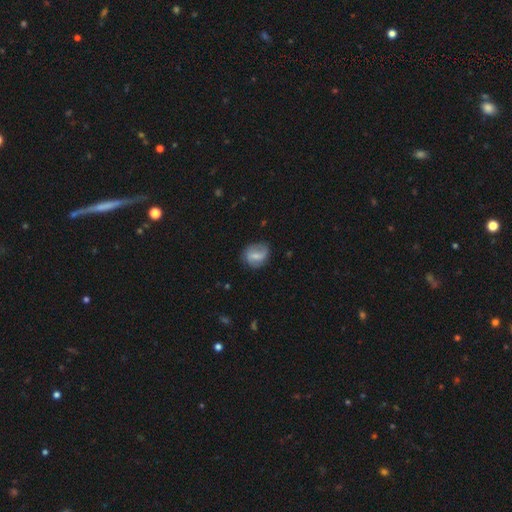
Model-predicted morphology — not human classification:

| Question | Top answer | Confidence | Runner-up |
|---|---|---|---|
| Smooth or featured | smooth | 48% | featured or disk (44%) |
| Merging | none | 70% | minor disturbance (21%) |